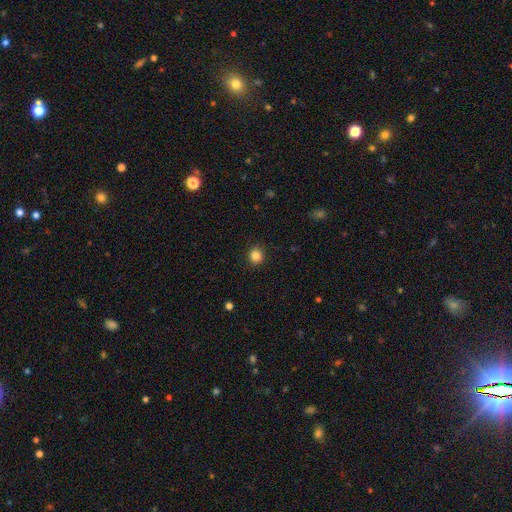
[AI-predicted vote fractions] Morphology: type=smooth (85%); roundness=round (90%); merging=none (91%).